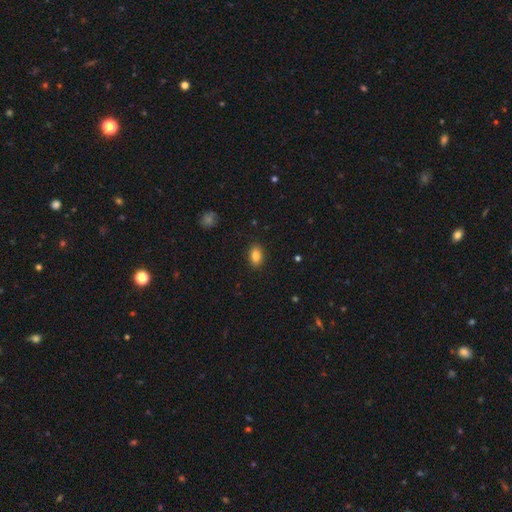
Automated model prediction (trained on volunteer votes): smooth 84%, star or artifact 9%, featured or disk 7%. Down the decision tree: how rounded — in between (84%); merging — none (88%).